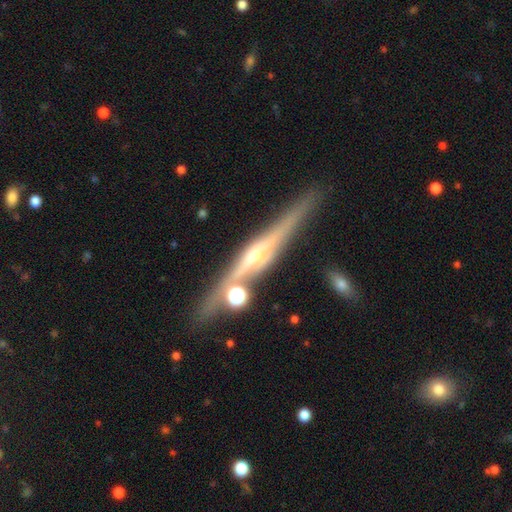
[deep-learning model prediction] featured or disk 80%, smooth 12%, star or artifact 8%. Down the decision tree: edge-on disk — yes (97%); edge-on bulge — rounded (74%); merging — none (79%).